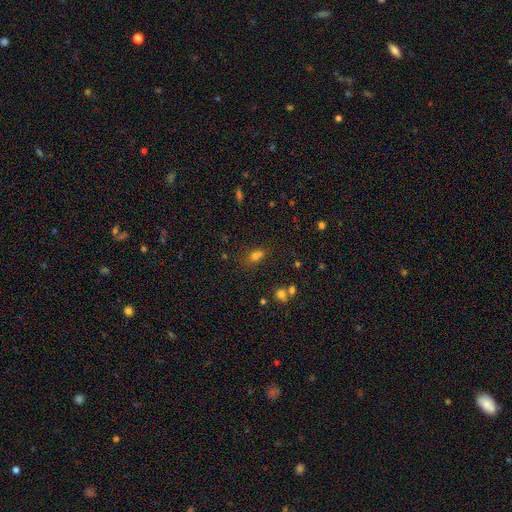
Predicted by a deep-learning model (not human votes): The model was most divided on "merging": none: 44%, merger: 36%, minor disturbance: 13%, major disturbance: 7%. More confident: smooth or featured — smooth (65%); how rounded — round (53%).